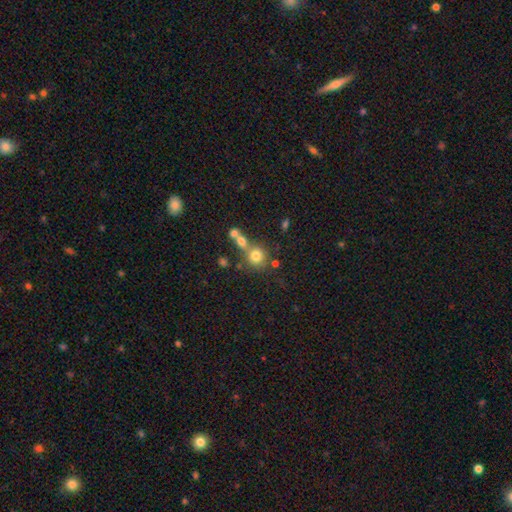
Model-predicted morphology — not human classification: smooth 74%, star or artifact 14%, featured or disk 12%. Down the decision tree: how rounded — round (85%); merging — none (51%).